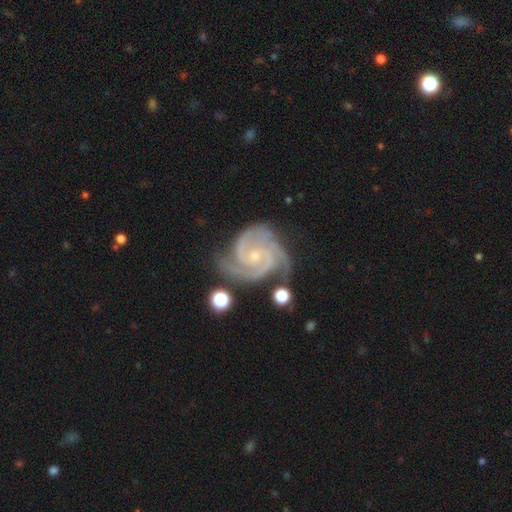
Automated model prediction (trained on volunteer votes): featured or disk 93%, star or artifact 4%, smooth 3%. Down the decision tree: edge-on disk — no (98%); bar — no (68%); spiral arms — yes (99%); spiral arm count — 3 (60%); spiral winding — tight (64%); bulge size — small (76%); merging — none (68%).